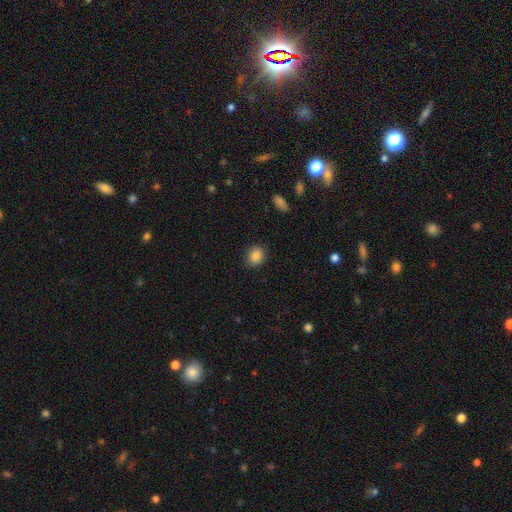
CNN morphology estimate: smooth-or-featured: smooth: 86% | star or artifact: 10% | featured or disk: 4%
  how-rounded: round: 70% | in between: 29% | cigar-shaped: 1%
  merging: none: 88% | minor disturbance: 9% | major disturbance: 2% | merger: 1%